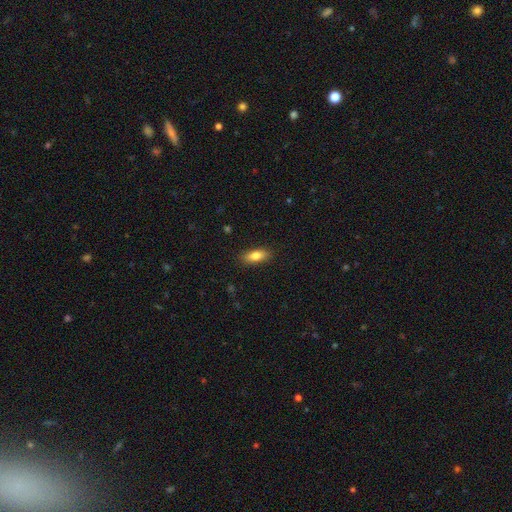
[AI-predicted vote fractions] Smooth or featured: smooth — 81% (featured or disk — 12%)
How rounded: in between — 76% (cigar-shaped — 21%)
Merging: none — 87% (minor disturbance — 10%)